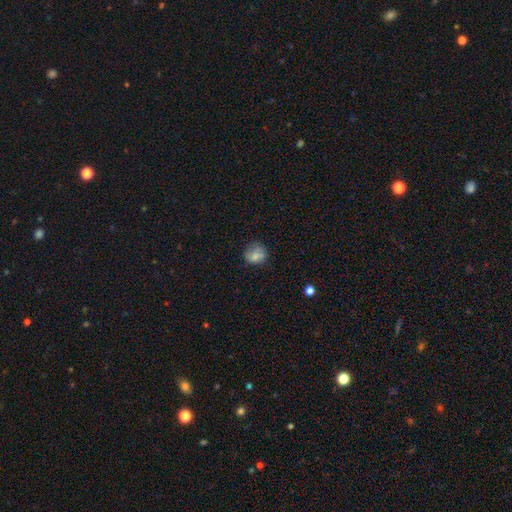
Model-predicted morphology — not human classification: The model was most divided on "merging": none: 63%, minor disturbance: 24%, major disturbance: 9%, merger: 4%. More confident: smooth or featured — smooth (76%); how rounded — round (73%).